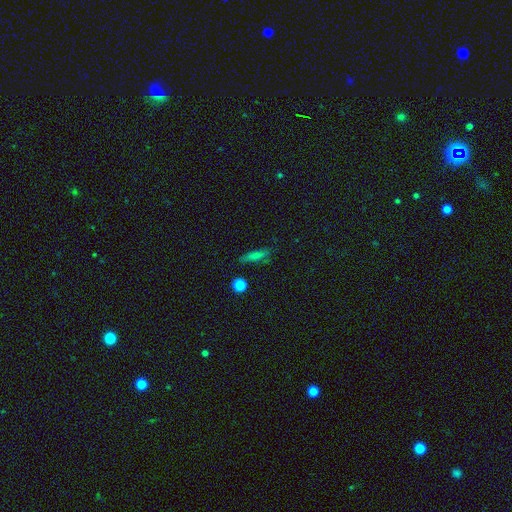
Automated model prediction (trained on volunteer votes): This appears to be a smooth galaxy with no disk features (59%) that is cigar-shaped (70%). Merging: none (81%).